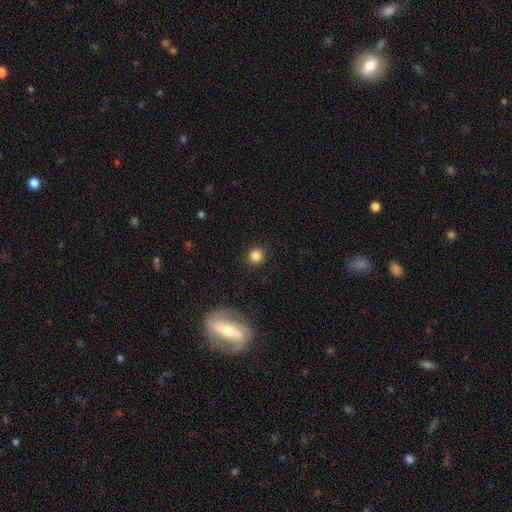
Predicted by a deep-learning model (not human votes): Morphology: type=smooth (84%); roundness=round (91%); merging=none (90%).